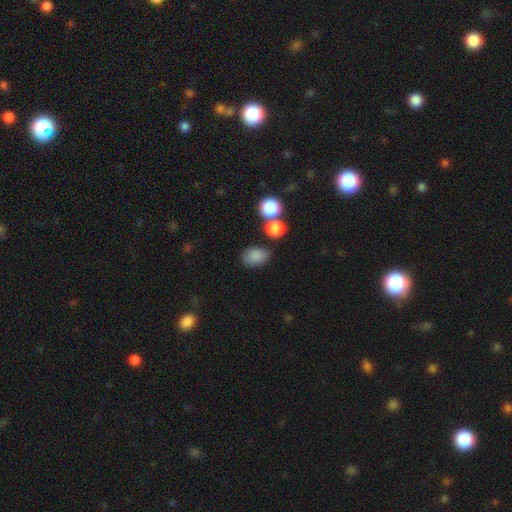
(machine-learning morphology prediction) smooth 83%, star or artifact 9%, featured or disk 7%. Down the decision tree: how rounded — in between (76%); merging — none (63%).